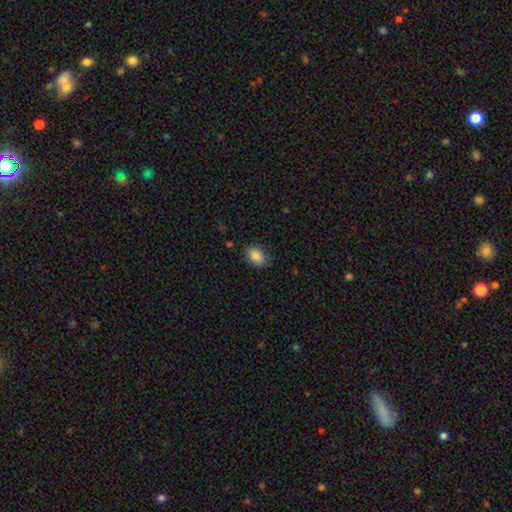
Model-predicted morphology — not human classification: Smooth or featured?
  - smooth: 87% *
  - star or artifact: 8%
  - featured or disk: 5%
How rounded?
  - in between: 76% *
  - round: 23%
  - cigar-shaped: 1%
Merging?
  - none: 82% *
  - minor disturbance: 14%
  - major disturbance: 3%
  - merger: 1%